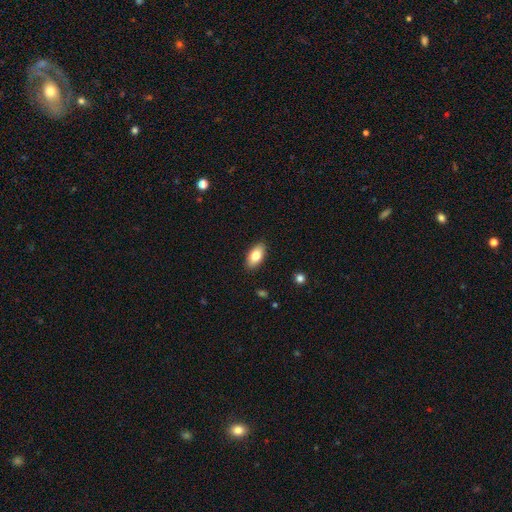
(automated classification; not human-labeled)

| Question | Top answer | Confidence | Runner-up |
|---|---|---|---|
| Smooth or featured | smooth | 80% | featured or disk (13%) |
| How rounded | in between | 92% | cigar-shaped (4%) |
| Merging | none | 89% | minor disturbance (8%) |